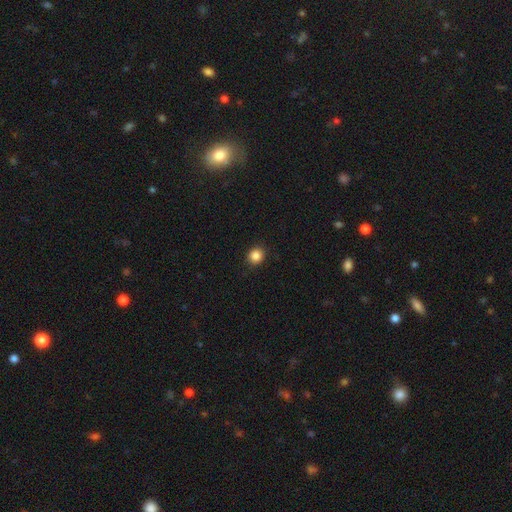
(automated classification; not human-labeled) smooth_or_featured: smooth (p=0.86) [alt: star or artifact p=0.11]
how_rounded: round (p=0.89) [alt: in between p=0.10]
merging: none (p=0.91) [alt: minor disturbance p=0.06]